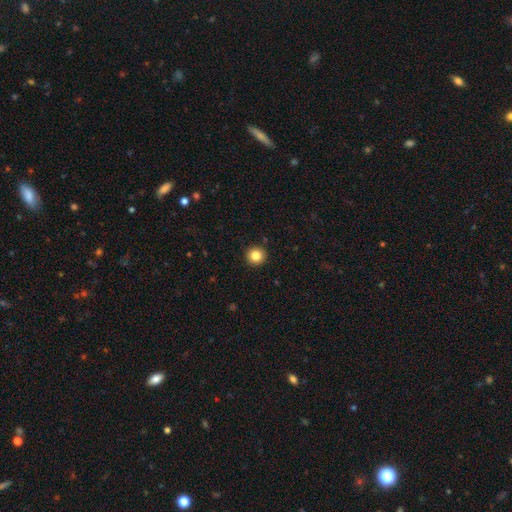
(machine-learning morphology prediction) Smooth or featured? smooth (84%)
How rounded? round (95%)
Merging? none (93%)